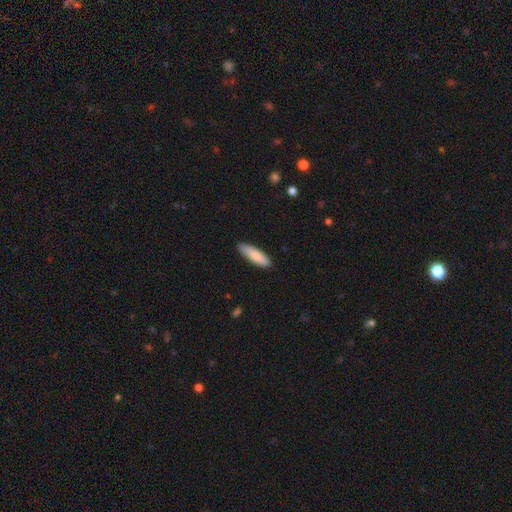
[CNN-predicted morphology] Smooth or featured: smooth — 85% (featured or disk — 10%)
How rounded: cigar-shaped — 56% (in between — 42%)
Merging: none — 87% (minor disturbance — 10%)